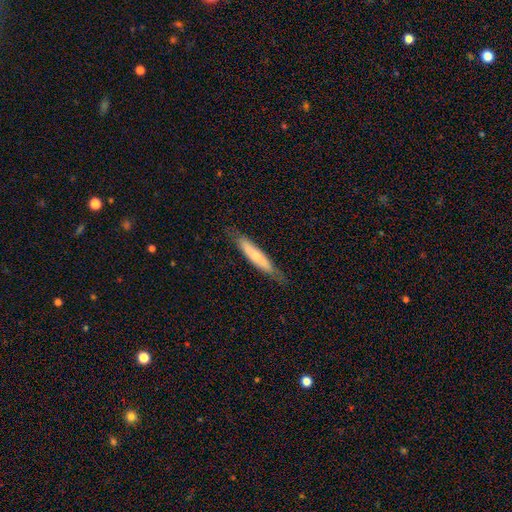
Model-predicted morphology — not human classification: Smooth or featured? smooth (60%)
How rounded? cigar-shaped (89%)
Merging? none (77%)